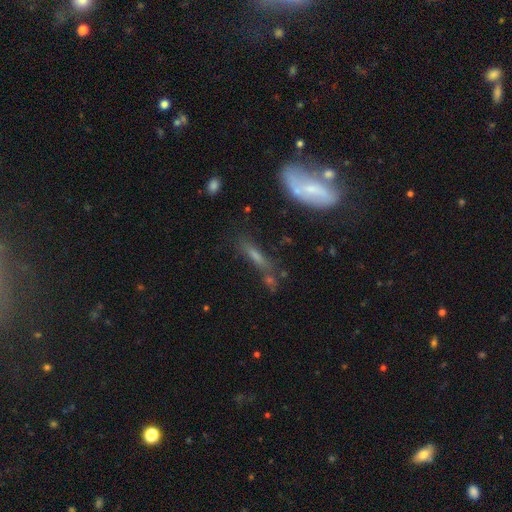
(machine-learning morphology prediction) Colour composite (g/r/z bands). It shows a smooth galaxy with no disk features (44%). Merging: none (56%).